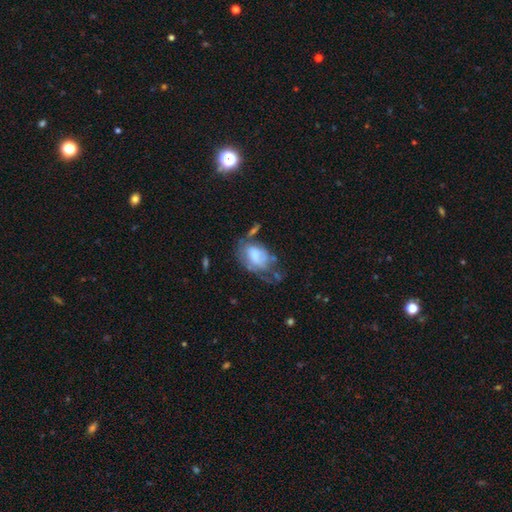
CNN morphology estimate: smooth-or-featured: smooth: 54% | featured or disk: 37% | star or artifact: 9%
  how-rounded: in between: 83% | round: 16% | cigar-shaped: 1%
  merging: major disturbance: 36% | minor disturbance: 28% | none: 24% | merger: 13%